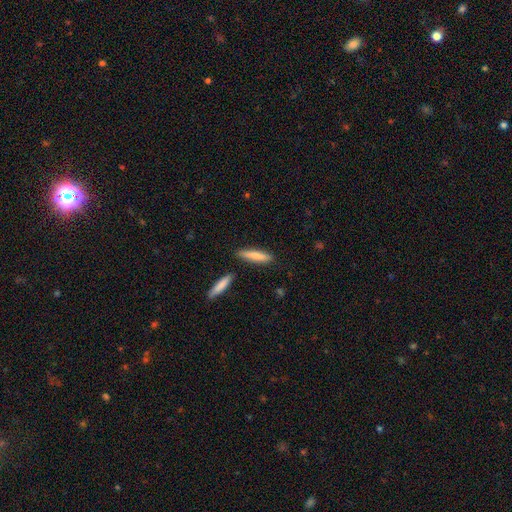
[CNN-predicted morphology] smooth_or_featured: smooth (p=0.78) [alt: featured or disk p=0.16]
how_rounded: cigar-shaped (p=0.82) [alt: in between p=0.16]
merging: none (p=0.84) [alt: minor disturbance p=0.09]